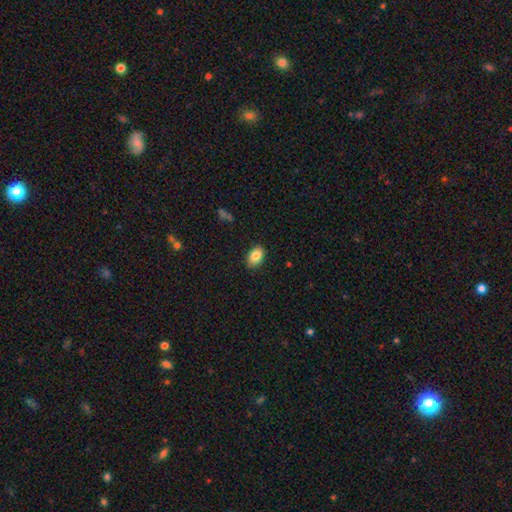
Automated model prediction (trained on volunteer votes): This appears to be a smooth galaxy with no disk features (85%) that is in between round and cigar-shaped (85%). Merging: none (85%).